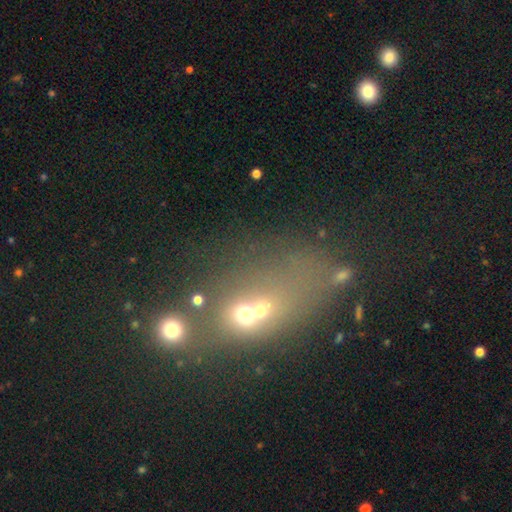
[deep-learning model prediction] A smooth galaxy with no disk features (40%). Merging: merger (46%).